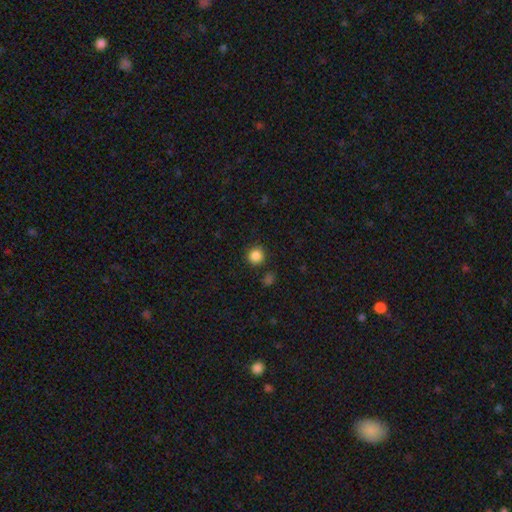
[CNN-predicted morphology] Q: Smooth or featured?
A: smooth (86%); runner-up: star or artifact (11%)
Q: How rounded?
A: round (93%); runner-up: in between (6%)
Q: Merging?
A: none (87%); runner-up: minor disturbance (7%)